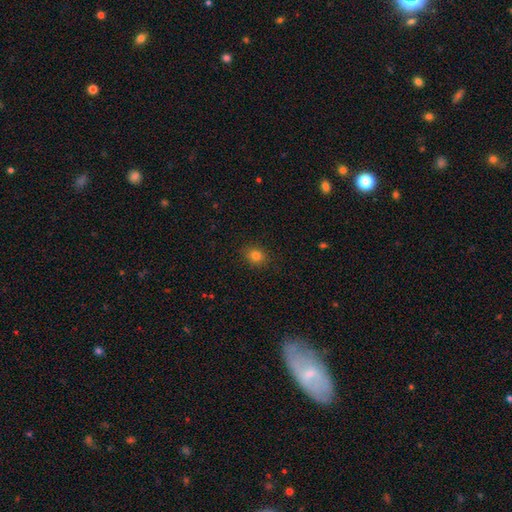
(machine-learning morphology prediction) A smooth galaxy with no disk features (81%) that is round (65%). Merging: none (88%).